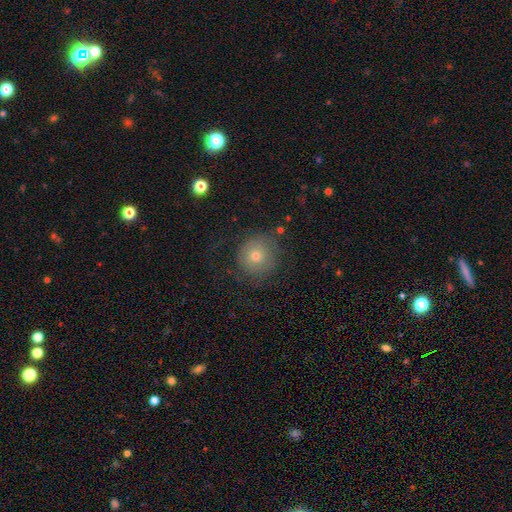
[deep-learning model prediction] Smooth or featured: smooth — 60% (featured or disk — 28%)
How rounded: round — 90% (in between — 9%)
Merging: none — 68% (minor disturbance — 17%)